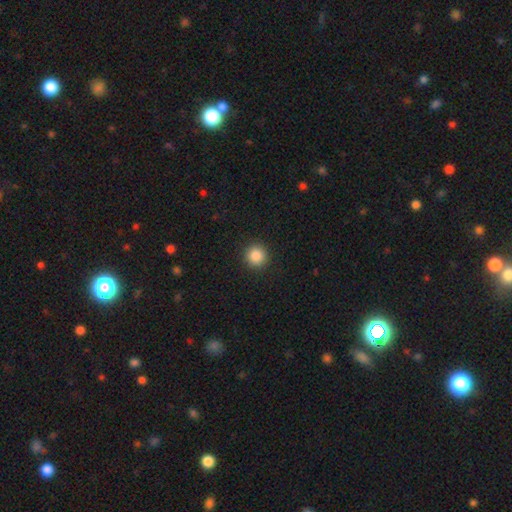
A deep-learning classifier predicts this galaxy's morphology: Smooth or featured: smooth — 87% (star or artifact — 10%)
How rounded: round — 94% (in between — 5%)
Merging: none — 93% (minor disturbance — 5%)